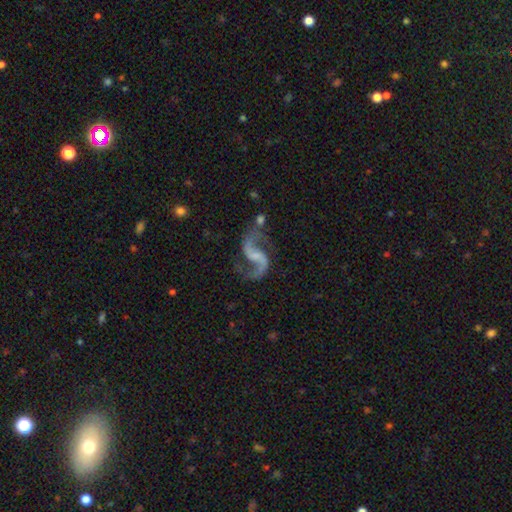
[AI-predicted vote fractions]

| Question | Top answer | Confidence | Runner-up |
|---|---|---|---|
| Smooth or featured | featured or disk | 92% | star or artifact (5%) |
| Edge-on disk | no | 98% | yes (2%) |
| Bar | weak | 44% | no (40%) |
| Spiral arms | yes | 98% | no (2%) |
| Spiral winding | loose | 71% | medium (25%) |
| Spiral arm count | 2 | 94% | 1 (2%) |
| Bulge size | none | 48% | small (33%) |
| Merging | none | 68% | minor disturbance (16%) |